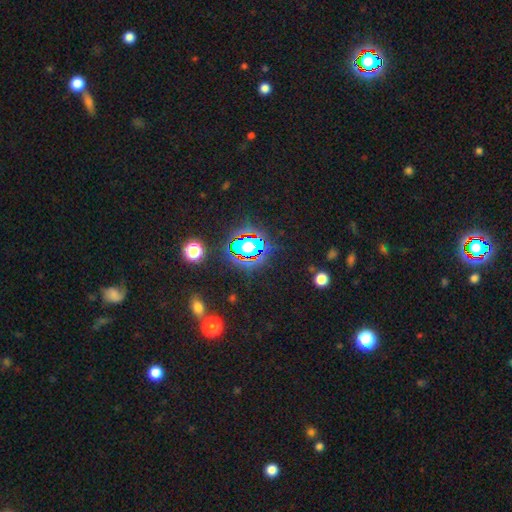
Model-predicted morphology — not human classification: Smooth or featured? star or artifact (78%)